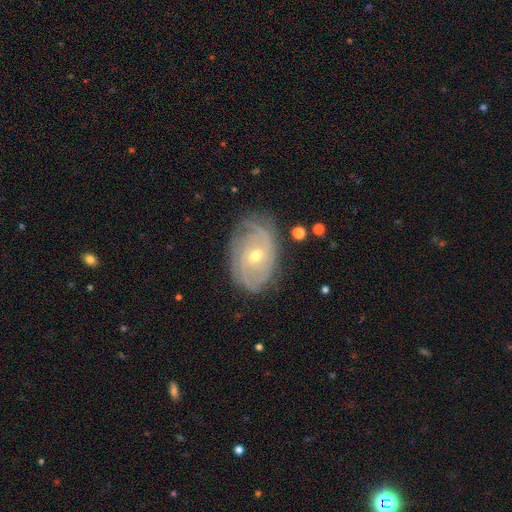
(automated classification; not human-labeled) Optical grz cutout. It shows a featured or disk galaxy (83%) with no bar (62%), tight (71%) spiral arms (93%) and a moderate central bulge (52%). Merging: none (74%).